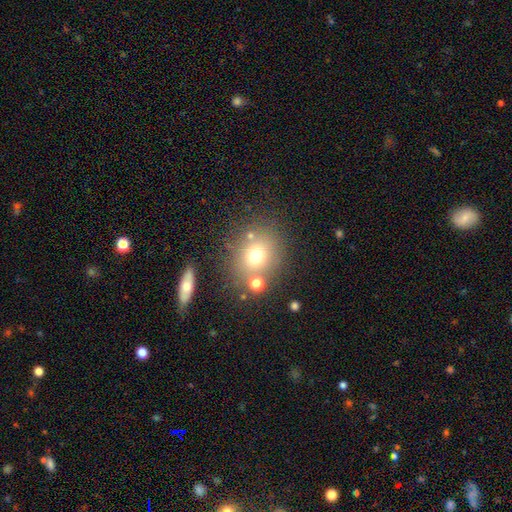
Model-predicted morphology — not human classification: smooth_or_featured: smooth (p=0.70) [alt: star or artifact p=0.15]
how_rounded: round (p=0.69) [alt: in between p=0.30]
merging: none (p=0.70) [alt: merger p=0.12]